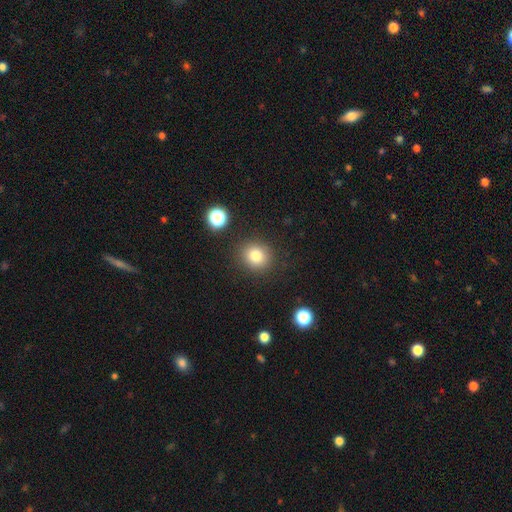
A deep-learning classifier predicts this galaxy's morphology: Smooth or featured: smooth — 80% (star or artifact — 13%)
How rounded: round — 85% (in between — 14%)
Merging: none — 87% (minor disturbance — 8%)